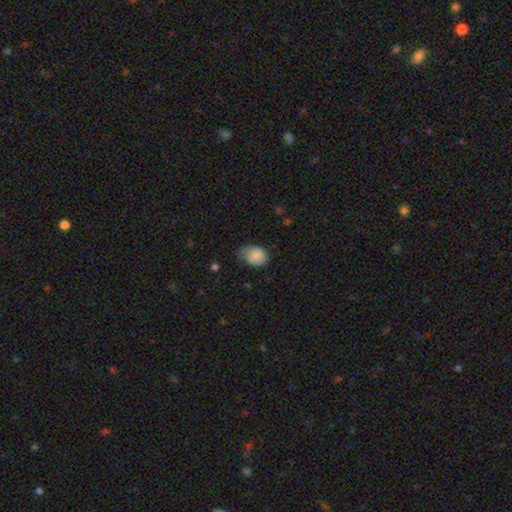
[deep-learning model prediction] Smooth or featured?
  - smooth: 83% *
  - featured or disk: 10%
  - star or artifact: 7%
How rounded?
  - in between: 66% *
  - round: 34%
  - cigar-shaped: 1%
Merging?
  - none: 42% *
  - minor disturbance: 41%
  - major disturbance: 15%
  - merger: 2%